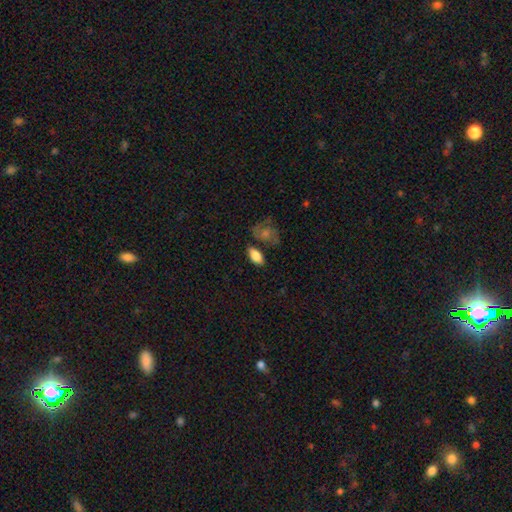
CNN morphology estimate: A smooth galaxy with no disk features (83%) that is in between round and cigar-shaped (91%).

Vote fractions:
- Smooth or featured? smooth: 83% / featured or disk: 10% / star or artifact: 7%
- How rounded? in between: 91% / cigar-shaped: 5% / round: 4%
- Merging? none: 72% / minor disturbance: 15% / merger: 8% / major disturbance: 5%